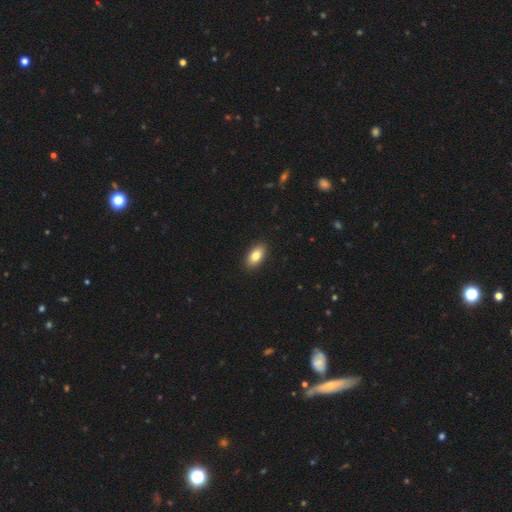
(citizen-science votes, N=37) Overall: smooth (95%). How rounded: in between (86%). Merging: none (92%).